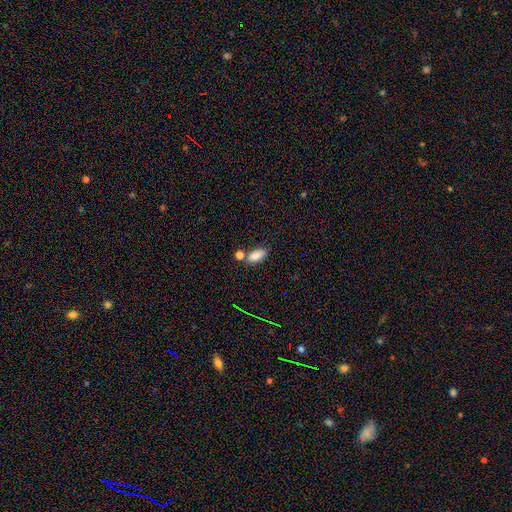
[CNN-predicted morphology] Smooth or featured: smooth — 83% (star or artifact — 9%)
How rounded: in between — 85% (cigar-shaped — 11%)
Merging: none — 61% (merger — 22%)